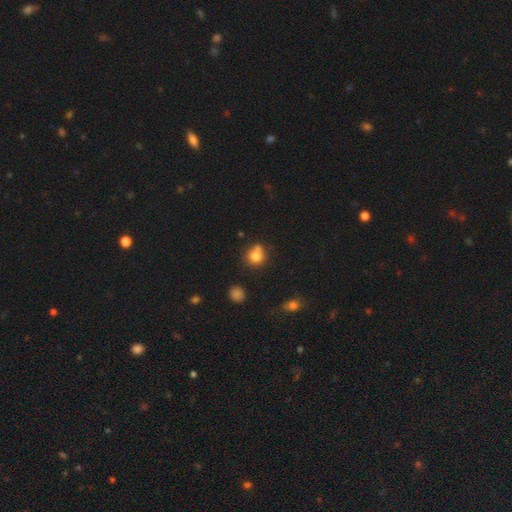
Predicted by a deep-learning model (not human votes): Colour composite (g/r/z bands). It shows a smooth galaxy with no disk features (76%) that is round (82%). Merging: none (51%).